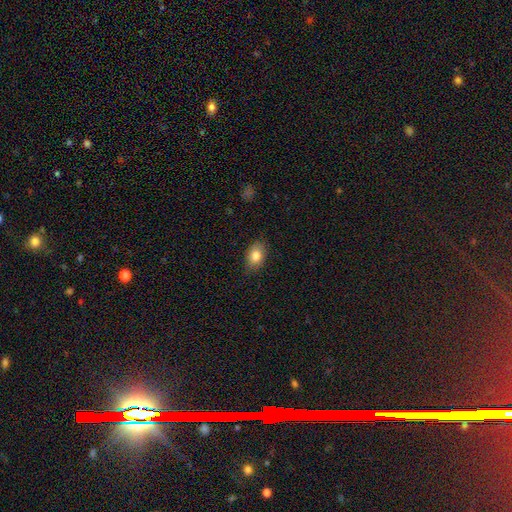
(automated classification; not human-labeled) This appears to be a smooth galaxy with no disk features (82%) that is in between round and cigar-shaped (84%). Merging: none (83%).